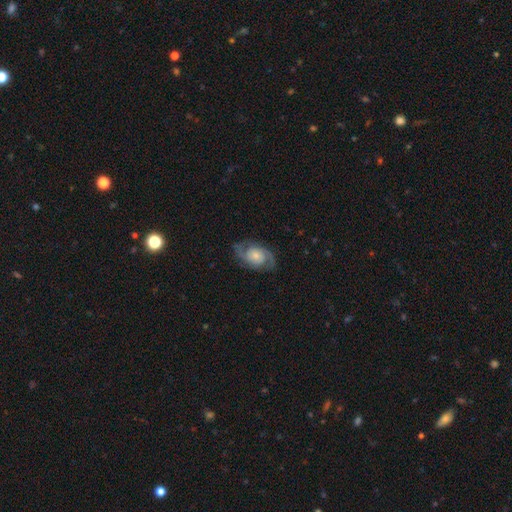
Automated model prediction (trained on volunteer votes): Smooth or featured: featured or disk — 82% (smooth — 12%)
Edge-on disk: no — 97% (yes — 3%)
Bar: no — 70% (weak — 25%)
Spiral arms: yes — 96% (no — 4%)
Spiral winding: medium — 52% (tight — 26%)
Spiral arm count: 2 — 89% (can't tell — 4%)
Bulge size: small — 41% (moderate — 37%)
Merging: none — 77% (minor disturbance — 15%)